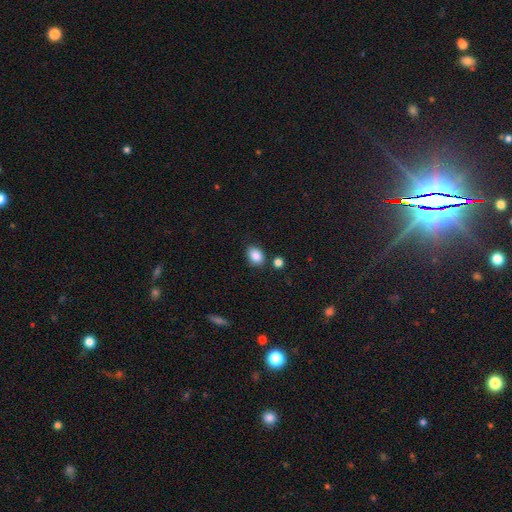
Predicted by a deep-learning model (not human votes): Overall: smooth (87%). How rounded: in between (73%). Merging: none (78%).